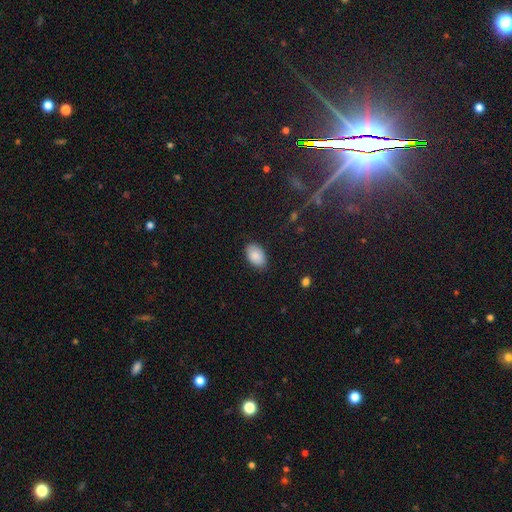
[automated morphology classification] Smooth or featured: smooth — 88% (star or artifact — 7%)
How rounded: in between — 92% (round — 6%)
Merging: none — 84% (minor disturbance — 12%)